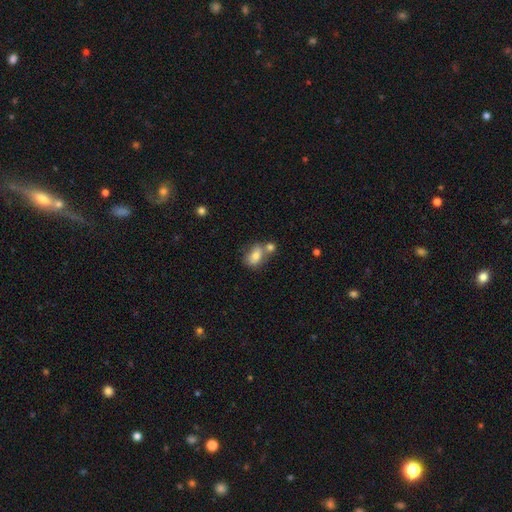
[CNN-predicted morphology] Smooth or featured? Predicted: smooth (p=0.76). How rounded? Predicted: in between (p=0.80). Merging? Predicted: none (p=0.43).